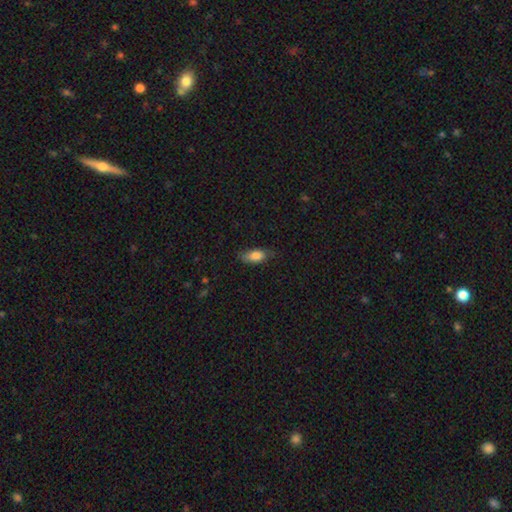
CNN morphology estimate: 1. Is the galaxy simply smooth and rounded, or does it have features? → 82% smooth, 11% featured or disk, 7% star or artifact.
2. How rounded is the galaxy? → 84% in between, 13% cigar-shaped, 3% round.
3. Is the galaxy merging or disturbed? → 72% none, 22% minor disturbance, 5% major disturbance, 1% merger.